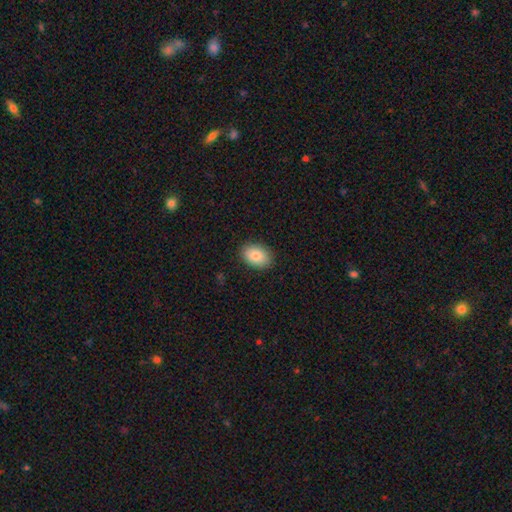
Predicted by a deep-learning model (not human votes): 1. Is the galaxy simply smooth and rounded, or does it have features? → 85% smooth, 8% featured or disk, 7% star or artifact.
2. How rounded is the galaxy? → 81% in between, 18% round, 1% cigar-shaped.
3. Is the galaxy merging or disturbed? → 88% none, 9% minor disturbance, 2% major disturbance, 1% merger.